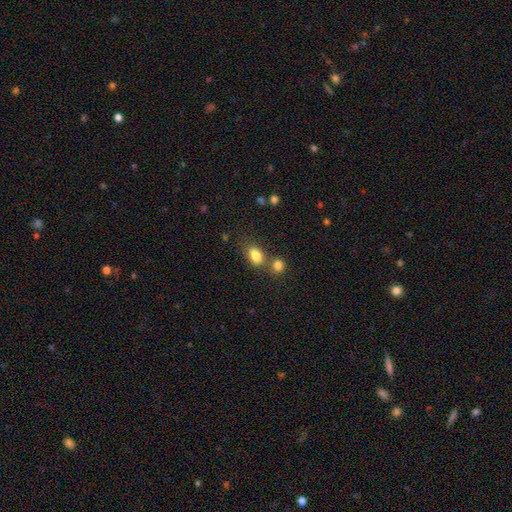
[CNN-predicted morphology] Smooth or featured: smooth — 83% (star or artifact — 10%)
How rounded: in between — 80% (round — 18%)
Merging: none — 56% (merger — 28%)